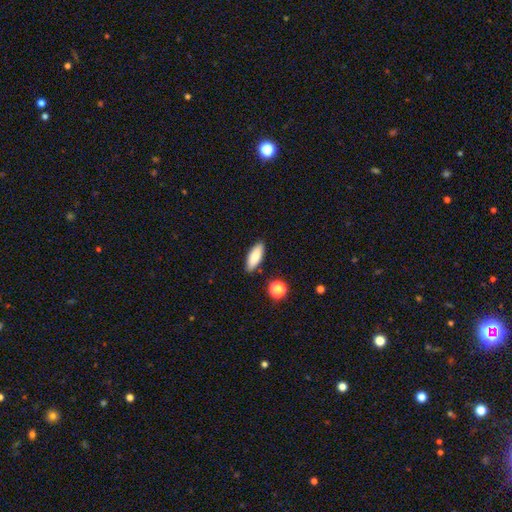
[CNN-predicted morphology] Smooth or featured: smooth — 83% (featured or disk — 10%)
How rounded: in between — 70% (cigar-shaped — 27%)
Merging: none — 85% (minor disturbance — 10%)